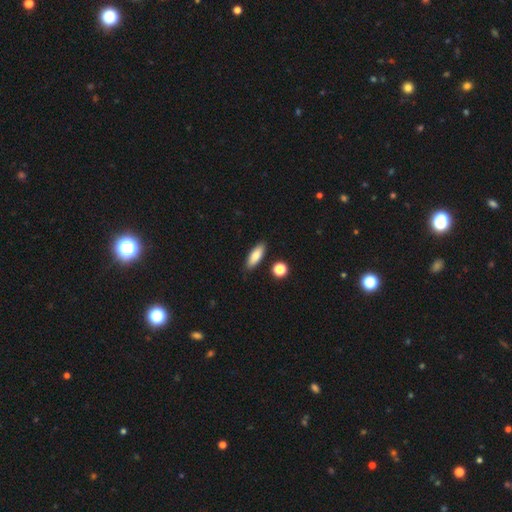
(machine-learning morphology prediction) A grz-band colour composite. It shows a smooth galaxy with no disk features (80%) that is in between round and cigar-shaped (63%). Merging: none (86%).